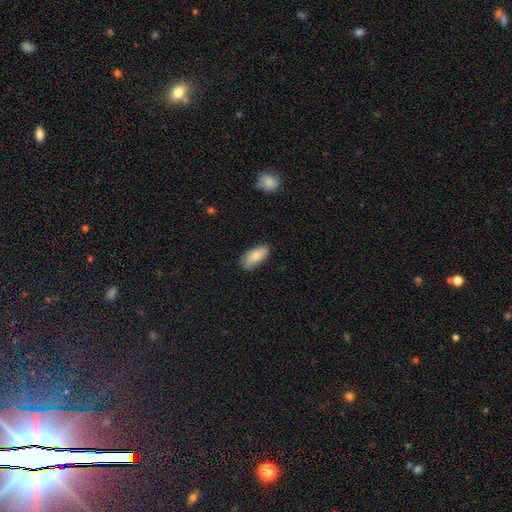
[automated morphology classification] Smooth or featured? smooth (81%)
How rounded? in between (89%)
Merging? none (75%)